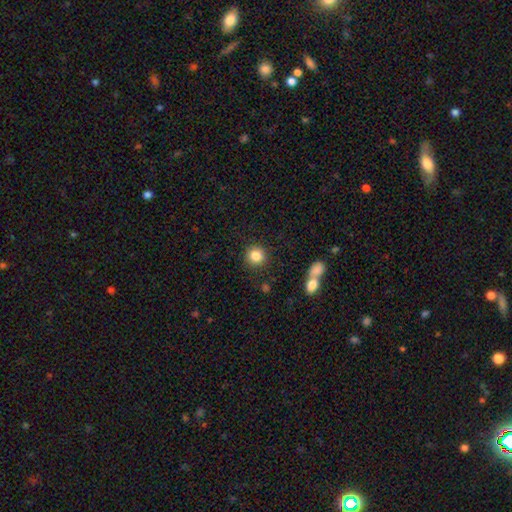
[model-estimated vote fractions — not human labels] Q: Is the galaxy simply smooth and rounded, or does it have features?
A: smooth — 84%.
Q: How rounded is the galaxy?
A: round — 91%.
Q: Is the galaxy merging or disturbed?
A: none — 88%.